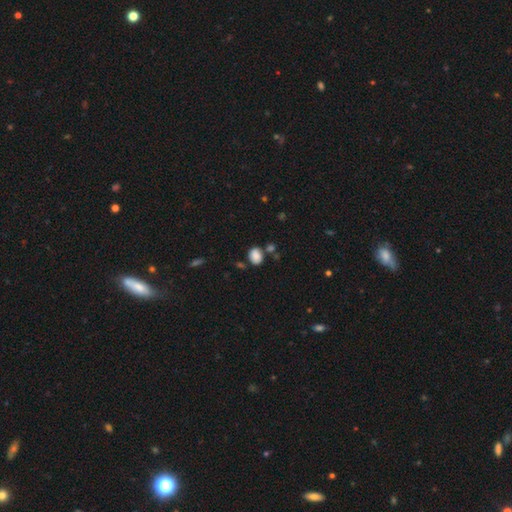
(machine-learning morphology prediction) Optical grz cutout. It shows a smooth galaxy with no disk features (86%) that is in between round and cigar-shaped (67%). Merging: none (69%).